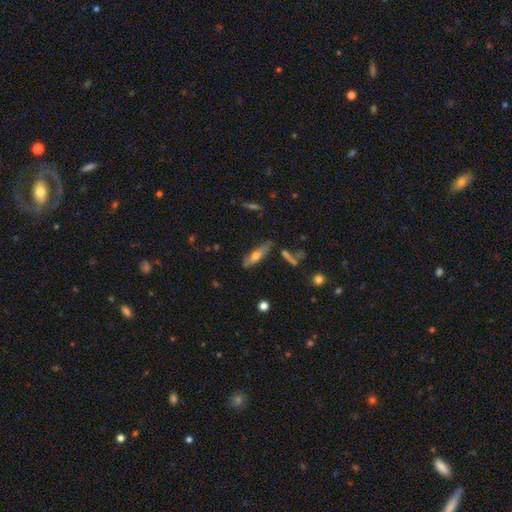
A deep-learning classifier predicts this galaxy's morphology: Smooth or featured? smooth (51%)
How rounded? cigar-shaped (60%)
Merging? none (66%)